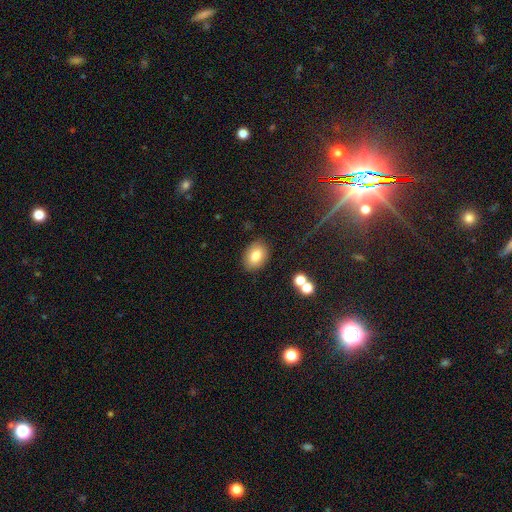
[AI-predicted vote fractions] smooth-or-featured: smooth: 80% | featured or disk: 12% | star or artifact: 9%
  how-rounded: in between: 80% | round: 19% | cigar-shaped: 1%
  merging: none: 85% | minor disturbance: 10% | major disturbance: 3% | merger: 2%